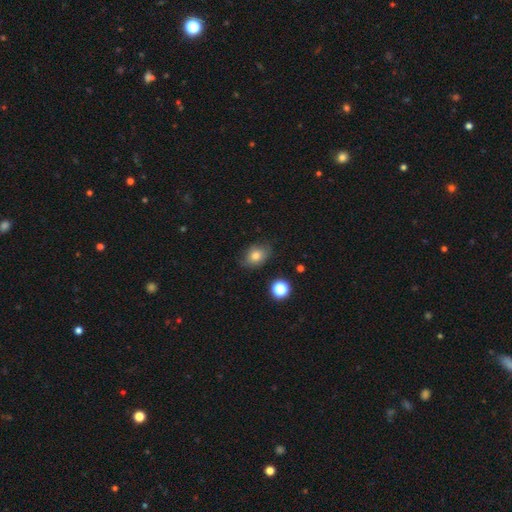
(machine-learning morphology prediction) This is likely a smooth galaxy (76%). How rounded: likely in between (69%). Merging: likely none (75%).